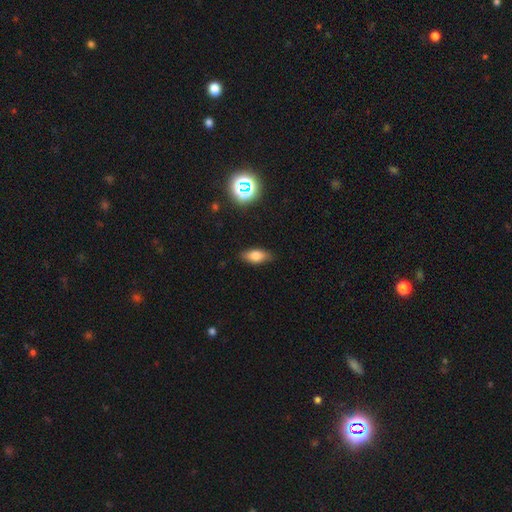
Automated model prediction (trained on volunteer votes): smooth 75%, featured or disk 14%, star or artifact 11%. Down the decision tree: how rounded — in between (84%); merging — none (86%).